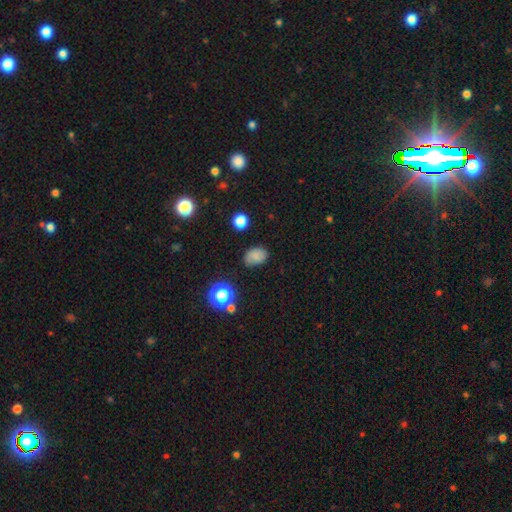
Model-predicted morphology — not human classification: Smooth or featured: smooth — 77% (star or artifact — 13%)
How rounded: in between — 76% (round — 23%)
Merging: none — 73% (minor disturbance — 21%)